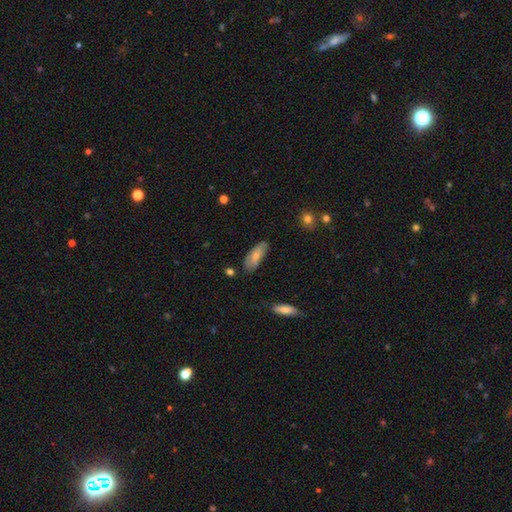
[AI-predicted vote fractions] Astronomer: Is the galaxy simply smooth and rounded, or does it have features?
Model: smooth — 68%.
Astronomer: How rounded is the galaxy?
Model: in between — 77%.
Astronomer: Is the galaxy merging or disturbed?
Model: none — 71%.